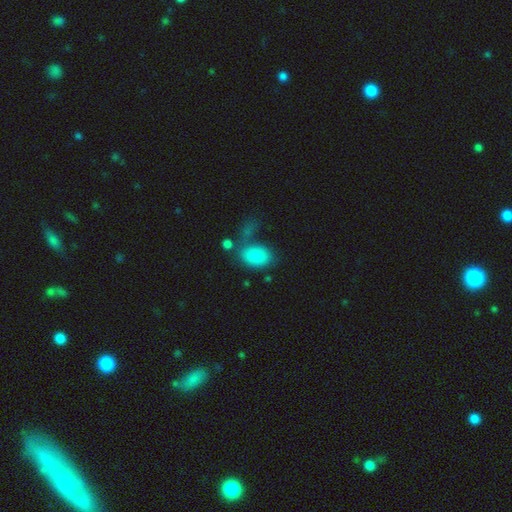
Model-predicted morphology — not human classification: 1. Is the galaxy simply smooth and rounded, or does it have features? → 84% smooth, 8% star or artifact, 8% featured or disk.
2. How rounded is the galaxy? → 86% in between, 13% round, 1% cigar-shaped.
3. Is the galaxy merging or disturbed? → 44% none, 20% minor disturbance, 18% merger, 17% major disturbance.